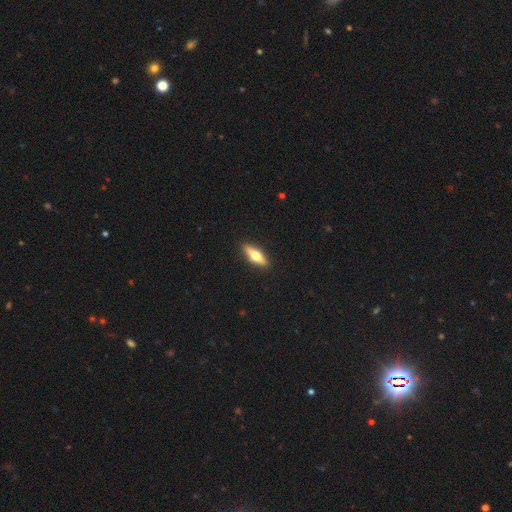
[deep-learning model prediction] Smooth or featured: featured or disk — 49% (smooth — 45%)
Merging: none — 91% (minor disturbance — 7%)